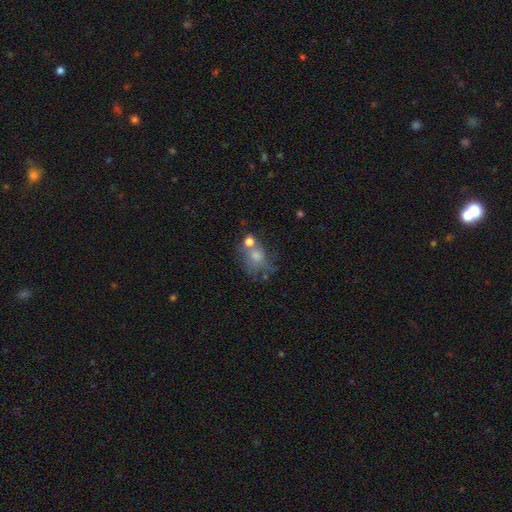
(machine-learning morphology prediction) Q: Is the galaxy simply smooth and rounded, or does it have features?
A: smooth — 59%.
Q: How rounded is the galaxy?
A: in between — 51%.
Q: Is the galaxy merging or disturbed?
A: none — 33%.